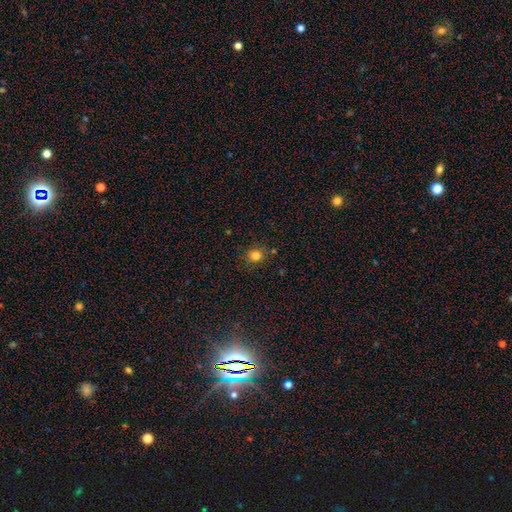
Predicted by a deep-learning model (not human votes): Smooth or featured: smooth — 81% (star or artifact — 14%)
How rounded: round — 85% (in between — 14%)
Merging: none — 82% (minor disturbance — 11%)